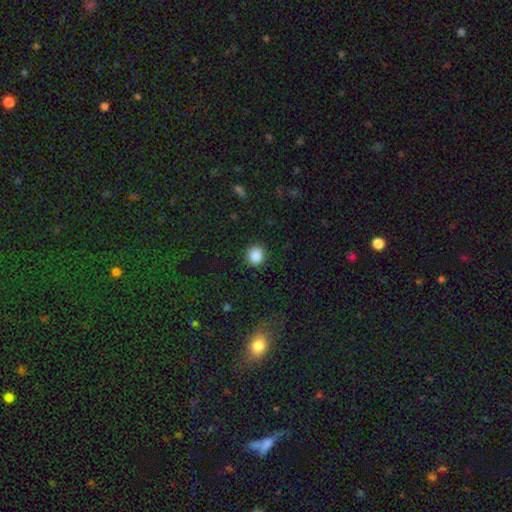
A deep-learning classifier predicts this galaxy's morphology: smooth_or_featured: smooth (p=0.88) [alt: star or artifact p=0.10]
how_rounded: round (p=0.89) [alt: in between p=0.10]
merging: none (p=0.90) [alt: minor disturbance p=0.06]